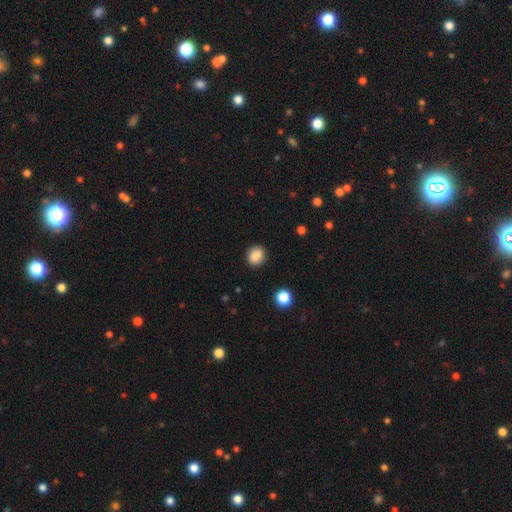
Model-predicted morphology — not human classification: smooth_or_featured: smooth (p=0.88) [alt: star or artifact p=0.09]
how_rounded: round (p=0.68) [alt: in between p=0.31]
merging: none (p=0.88) [alt: minor disturbance p=0.08]